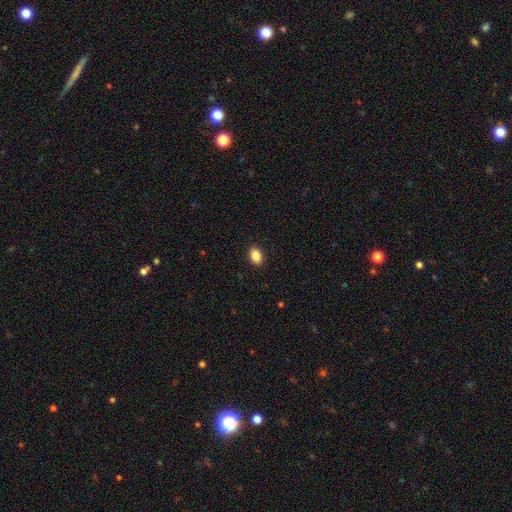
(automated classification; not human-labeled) A smooth galaxy with no disk features (88%) that is in between round and cigar-shaped (83%). Merging: none (90%).